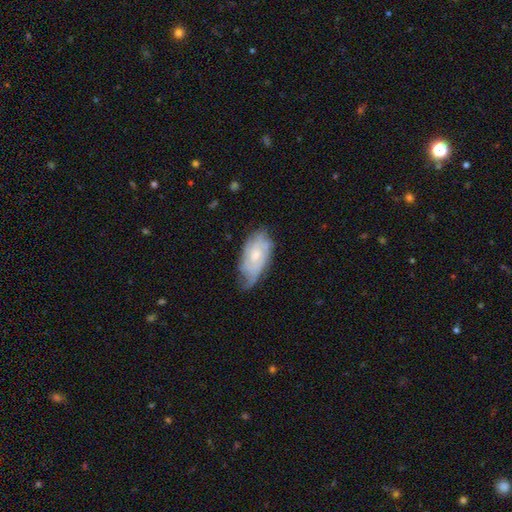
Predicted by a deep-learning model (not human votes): The model was most divided on "bulge size": moderate: 49%, small: 42%, none: 5%, large: 4%, dominant: 1%. Remaining: edge-on disk — no (93%); spiral arms — yes (89%); bar — no (70%); smooth or featured — featured or disk (68%); spiral winding — tight (59%); merging — none (56%); spiral arm count — can't tell (47%).